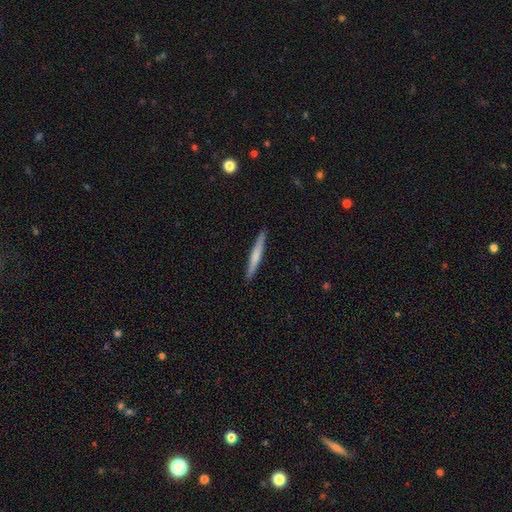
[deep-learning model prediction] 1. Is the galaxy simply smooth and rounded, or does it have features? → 56% smooth, 39% featured or disk, 5% star or artifact.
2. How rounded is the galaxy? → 96% cigar-shaped, 3% in between, 1% round.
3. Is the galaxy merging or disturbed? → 91% none, 6% minor disturbance, 1% major disturbance, 1% merger.